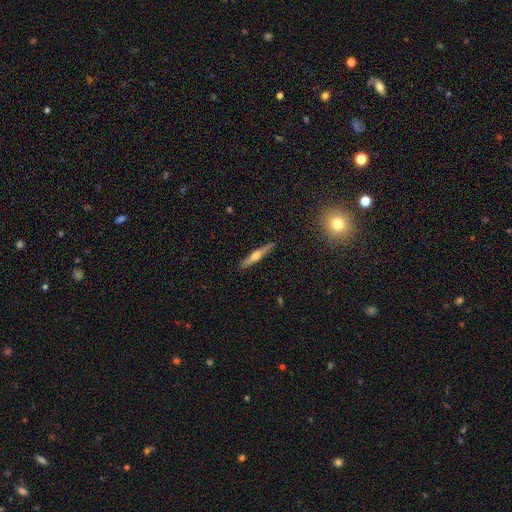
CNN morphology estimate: This is likely a featured or disk galaxy (62%). It is clearly viewed edge-on (97%). Edge-on bulge: clearly rounded (90%). Merging: clearly none (90%).